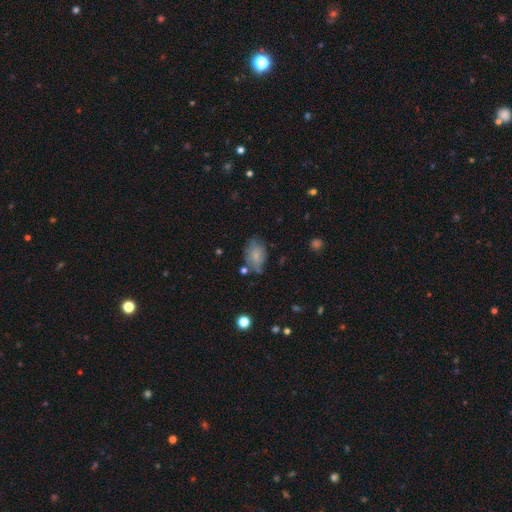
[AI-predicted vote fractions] Overall: smooth (67%). How rounded: in between (86%). Merging: none (52%; minor disturbance 30%).